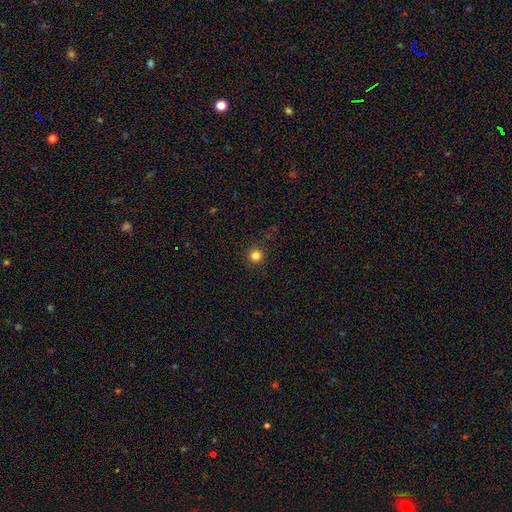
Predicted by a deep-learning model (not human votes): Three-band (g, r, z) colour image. It shows a smooth galaxy with no disk features (82%) that is round (95%). Merging: none (91%).